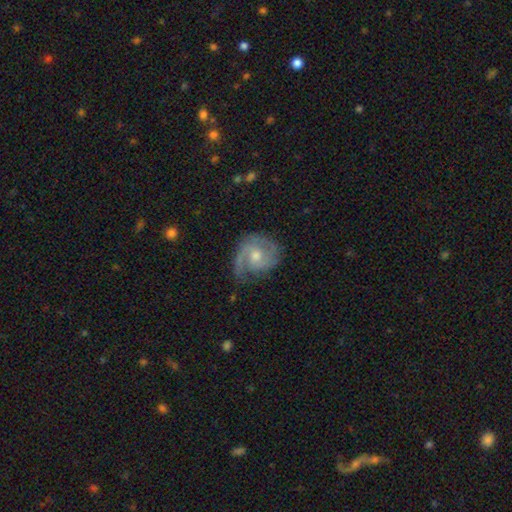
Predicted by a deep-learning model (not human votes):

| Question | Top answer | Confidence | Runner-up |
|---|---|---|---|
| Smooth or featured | featured or disk | 82% | smooth (12%) |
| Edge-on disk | no | 98% | yes (2%) |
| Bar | no | 64% | weak (32%) |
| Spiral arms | yes | 95% | no (5%) |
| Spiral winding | medium | 45% | tight (40%) |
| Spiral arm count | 2 | 58% | 3 (13%) |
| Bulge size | moderate | 65% | small (28%) |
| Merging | none | 66% | minor disturbance (22%) |